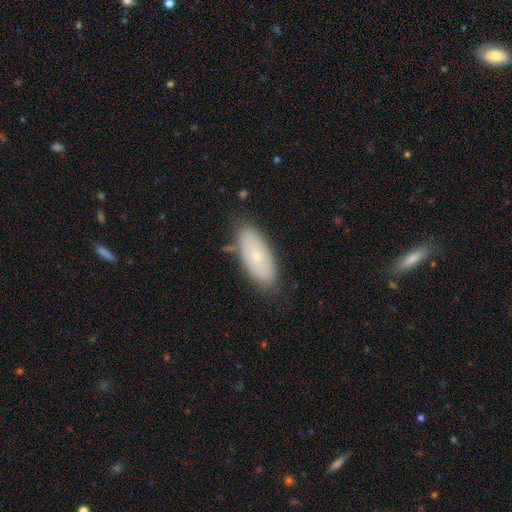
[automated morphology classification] smooth_or_featured: smooth (p=0.60) [alt: featured or disk p=0.32]
how_rounded: in between (p=0.86) [alt: cigar-shaped p=0.11]
merging: none (p=0.80) [alt: minor disturbance p=0.15]